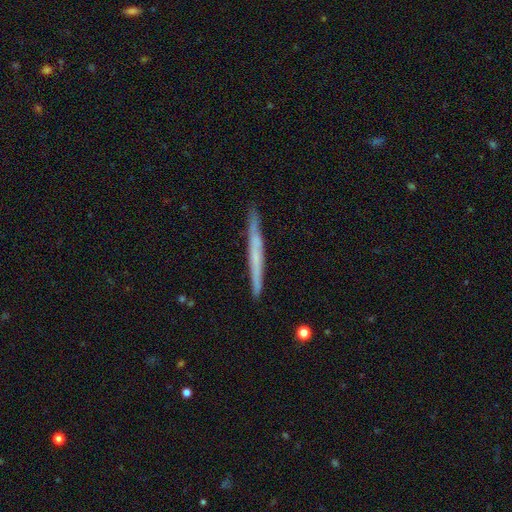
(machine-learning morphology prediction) Overall: featured or disk (52%; smooth 42%). Edge-on disk: yes (96%). Merging: none (89%).